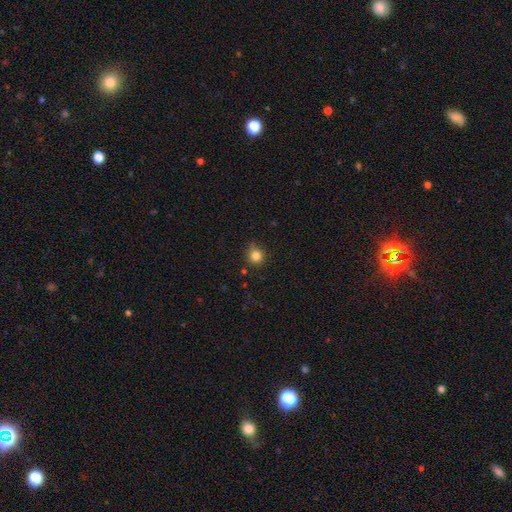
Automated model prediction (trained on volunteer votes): The model was most divided on "merging": none: 79%, minor disturbance: 15%, major disturbance: 3%, merger: 3%. More confident: how rounded — round (92%); smooth or featured — smooth (83%).